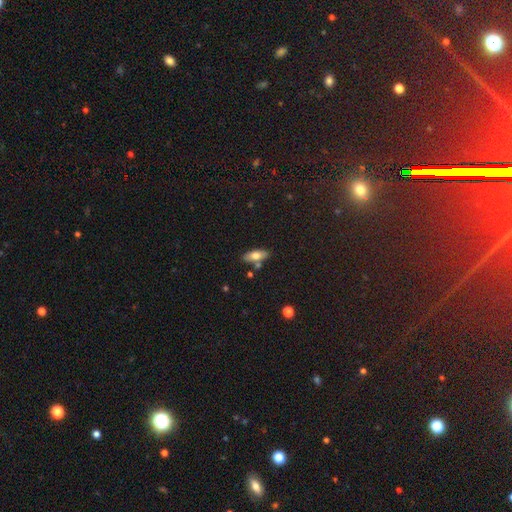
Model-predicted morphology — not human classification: type=smooth (69%); roundness=in between (76%); merging=none (74%).